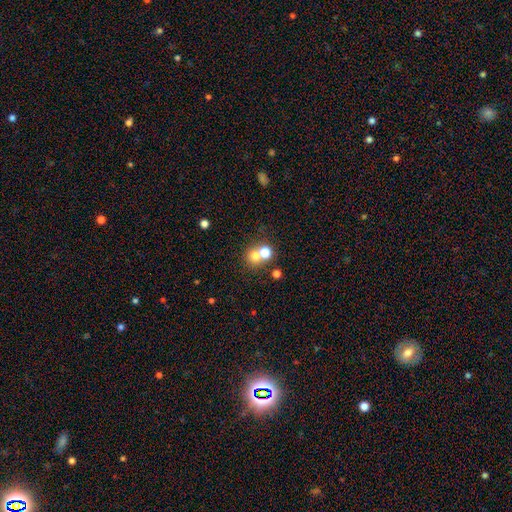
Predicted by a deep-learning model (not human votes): Smooth or featured?
  - smooth: 69% *
  - star or artifact: 18%
  - featured or disk: 13%
How rounded?
  - round: 85% *
  - in between: 14%
  - cigar-shaped: 1%
Merging?
  - none: 48% *
  - merger: 42%
  - minor disturbance: 6%
  - major disturbance: 3%